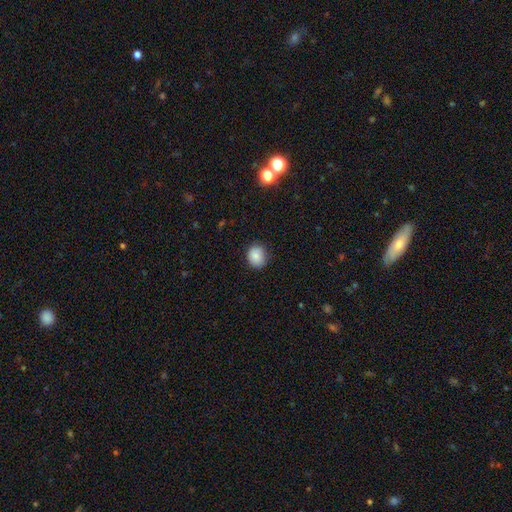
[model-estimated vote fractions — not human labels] Overall: smooth (85%). How rounded: round (60%; in between 39%). Merging: none (81%).